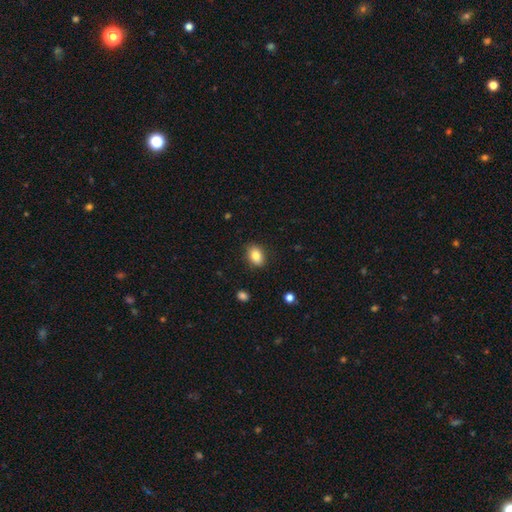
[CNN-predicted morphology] Smooth or featured? smooth (84%)
How rounded? in between (77%)
Merging? none (85%)